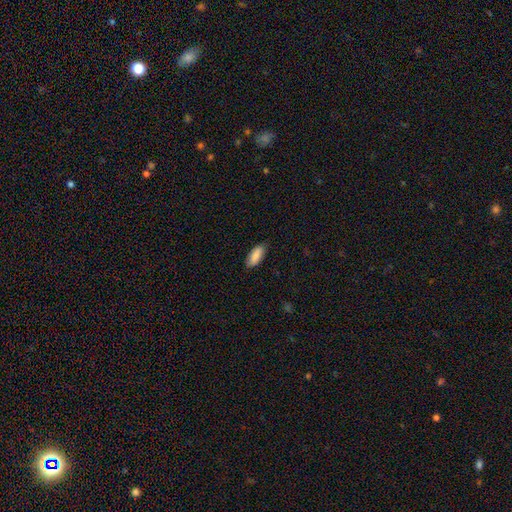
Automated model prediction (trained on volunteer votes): This is clearly a smooth galaxy (88%). How rounded: clearly in between (81%). Merging: clearly none (85%).